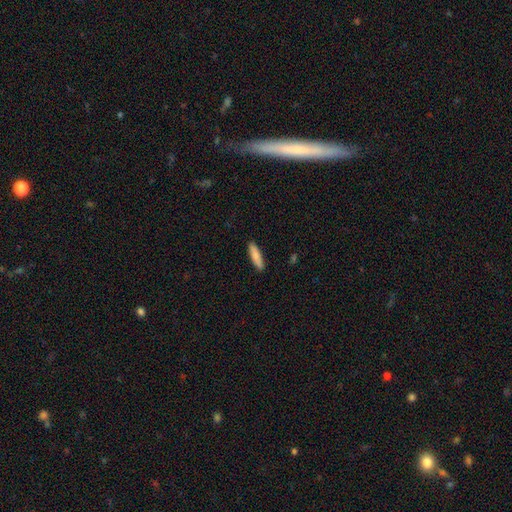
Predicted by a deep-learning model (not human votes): smooth-or-featured: smooth: 84% | featured or disk: 11% | star or artifact: 6%
  how-rounded: cigar-shaped: 72% | in between: 26% | round: 2%
  merging: none: 89% | minor disturbance: 8% | major disturbance: 2% | merger: 1%